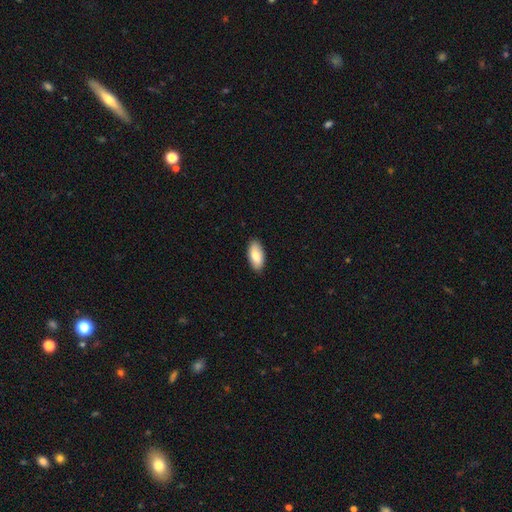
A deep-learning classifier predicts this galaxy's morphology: A smooth galaxy with no disk features (81%) that is in between round and cigar-shaped (91%).

Vote fractions:
- Smooth or featured? smooth: 81% / featured or disk: 13% / star or artifact: 6%
- How rounded? in between: 91% / cigar-shaped: 7% / round: 2%
- Merging? none: 88% / minor disturbance: 9% / major disturbance: 2% / merger: 1%